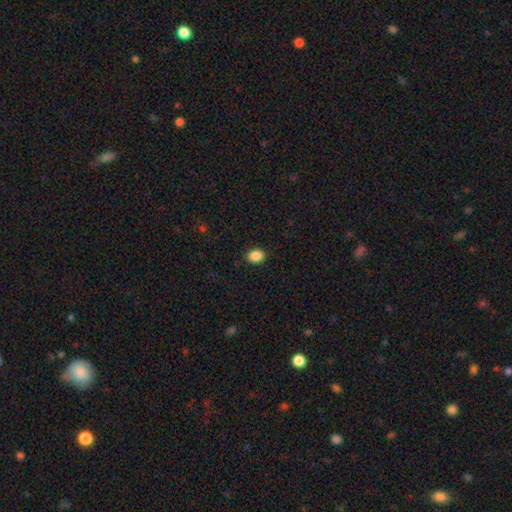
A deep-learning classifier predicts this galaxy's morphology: A smooth galaxy with no disk features (88%) that is in between round and cigar-shaped (64%).

Vote fractions:
- Smooth or featured? smooth: 88% / star or artifact: 9% / featured or disk: 3%
- How rounded? in between: 64% / round: 35% / cigar-shaped: 1%
- Merging? none: 90% / minor disturbance: 8% / major disturbance: 2% / merger: 1%